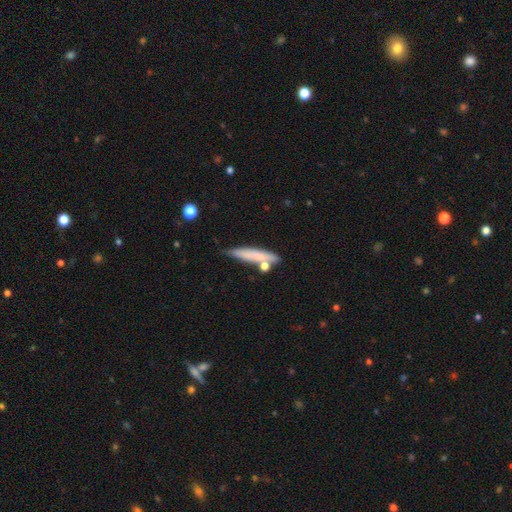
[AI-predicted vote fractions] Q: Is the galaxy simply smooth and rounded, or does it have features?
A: smooth — 65%.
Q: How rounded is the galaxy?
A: cigar-shaped — 86%.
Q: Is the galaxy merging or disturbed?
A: none — 61%.